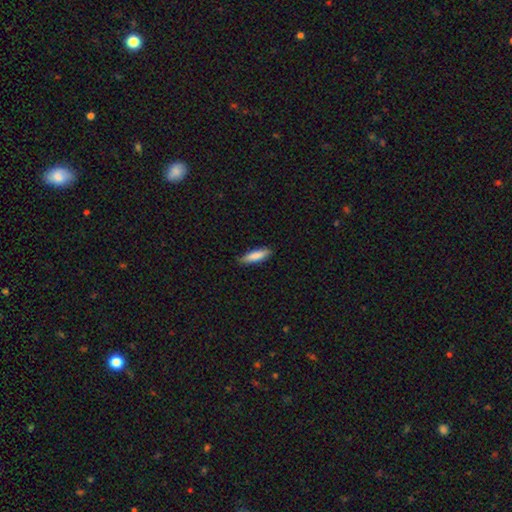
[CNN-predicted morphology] smooth 84%, featured or disk 10%, star or artifact 6%. Down the decision tree: how rounded — cigar-shaped (66%); merging — none (85%).